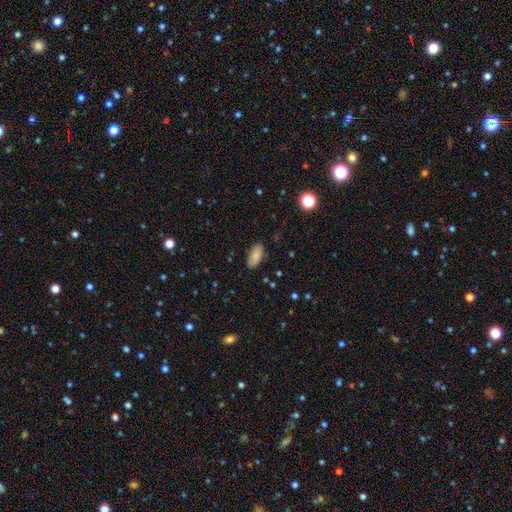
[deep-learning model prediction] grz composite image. It shows a smooth galaxy with no disk features (83%) that is in between round and cigar-shaped (92%). Merging: none (83%).